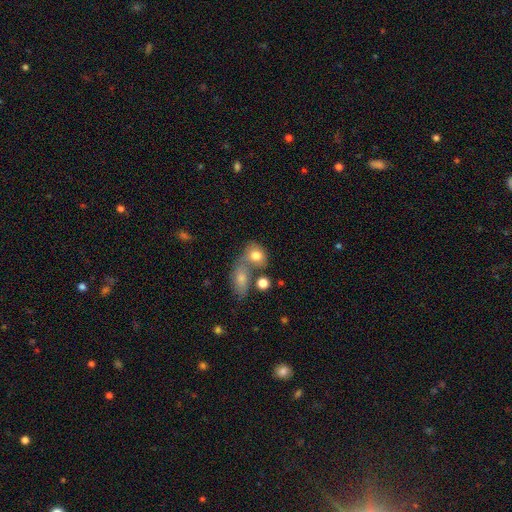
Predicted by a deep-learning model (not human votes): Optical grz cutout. It shows a smooth galaxy with no disk features (76%) that is in between round and cigar-shaped (60%). Merging: merger (46%).